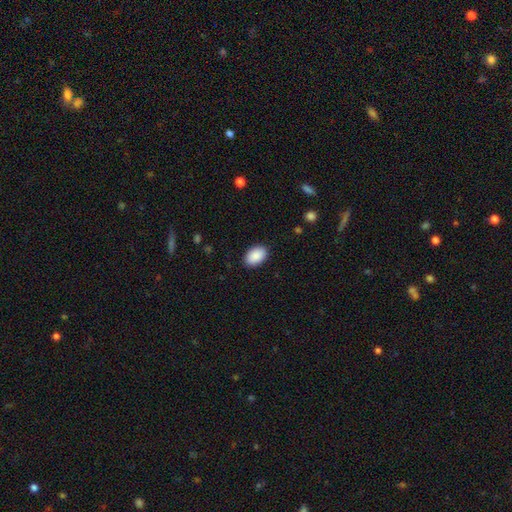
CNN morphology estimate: Overall: smooth (90%). How rounded: in between (91%). Merging: none (89%).